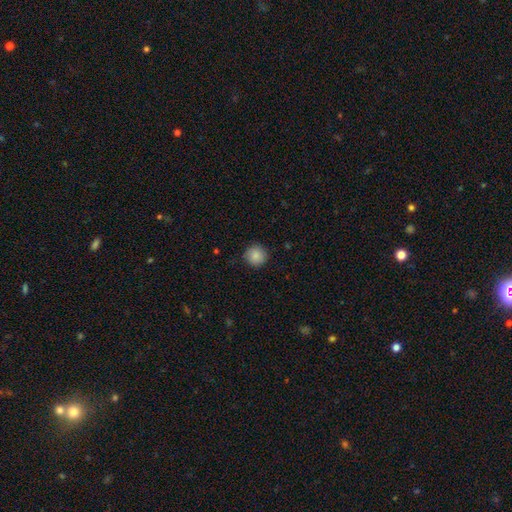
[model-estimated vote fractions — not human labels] The model was most divided on "smooth or featured": smooth: 87%, star or artifact: 9%, featured or disk: 4%. More confident: how rounded — round (94%); merging — none (89%).